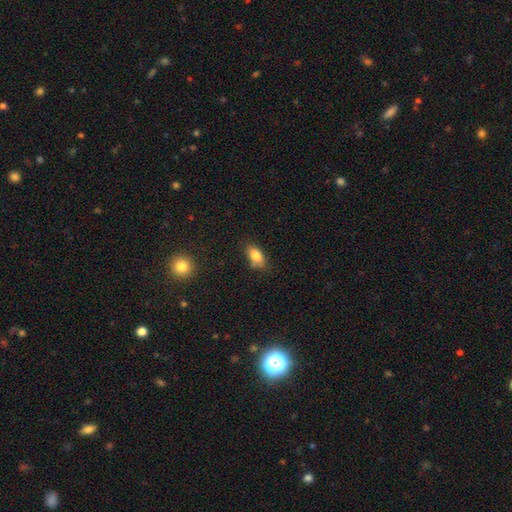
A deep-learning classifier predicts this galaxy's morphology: This appears to be a smooth galaxy with no disk features (82%) that is in between round and cigar-shaped (88%). Merging: none (68%).